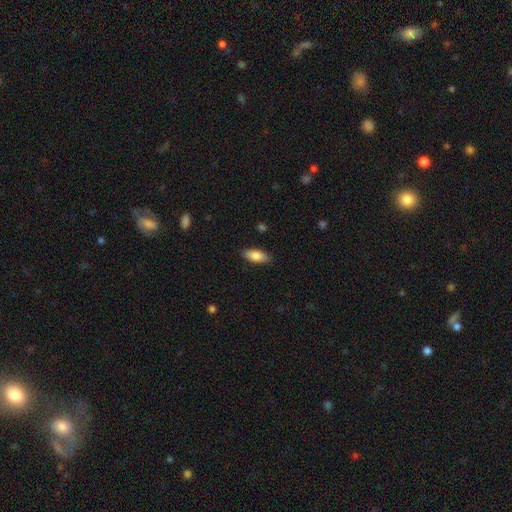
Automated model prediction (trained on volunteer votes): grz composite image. It shows a smooth galaxy with no disk features (83%) that is in between round and cigar-shaped (83%). Merging: none (86%).